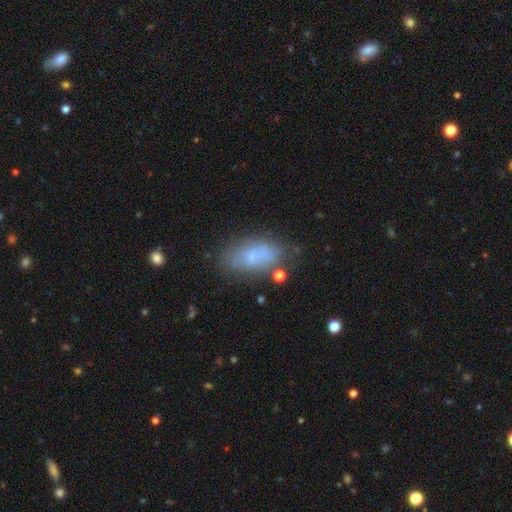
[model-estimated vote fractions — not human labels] Overall: smooth (68%). How rounded: in between (89%). Merging: none (63%).